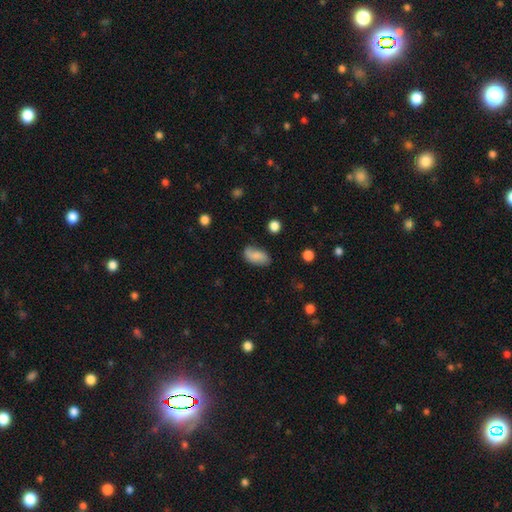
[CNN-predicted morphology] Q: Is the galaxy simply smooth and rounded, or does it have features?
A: smooth — 74%.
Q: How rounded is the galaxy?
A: in between — 92%.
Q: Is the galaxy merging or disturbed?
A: none — 68%.